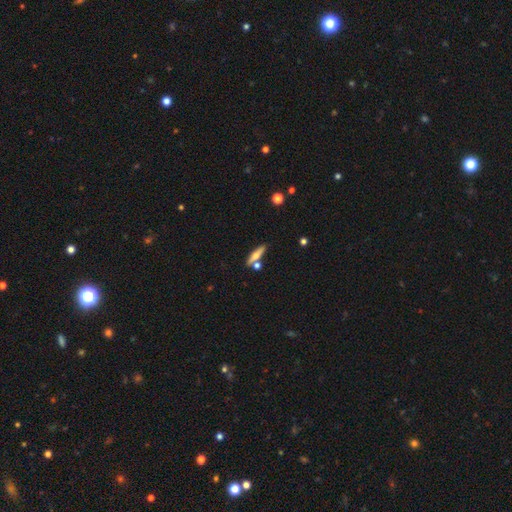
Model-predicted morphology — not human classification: type=smooth (48%); merging=none (70%).